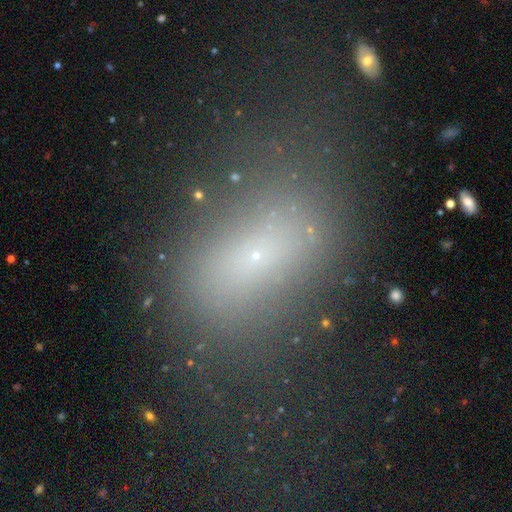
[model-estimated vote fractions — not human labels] smooth_or_featured: smooth (p=0.56) [alt: featured or disk p=0.22]
how_rounded: in between (p=0.77) [alt: round p=0.17]
merging: none (p=0.58) [alt: major disturbance p=0.18]